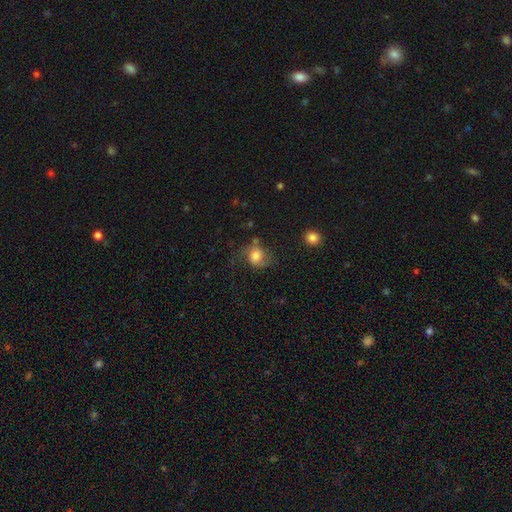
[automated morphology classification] Smooth or featured?
  - smooth: 54% *
  - featured or disk: 36%
  - star or artifact: 10%
How rounded?
  - round: 64% *
  - in between: 35%
  - cigar-shaped: 1%
Merging?
  - none: 50% *
  - minor disturbance: 25%
  - major disturbance: 21%
  - merger: 4%